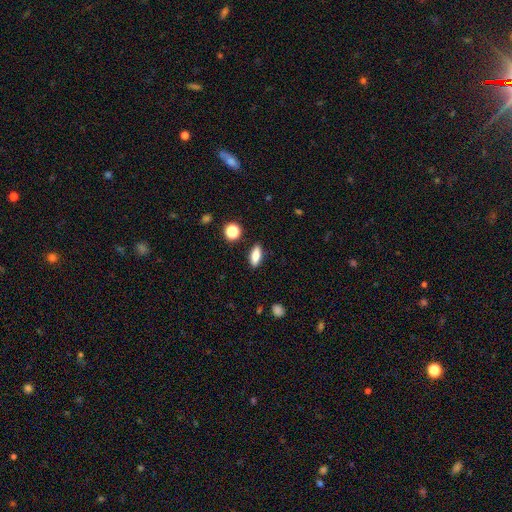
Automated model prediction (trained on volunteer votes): Smooth or featured?
  - smooth: 81% *
  - featured or disk: 11%
  - star or artifact: 8%
How rounded?
  - in between: 69% *
  - cigar-shaped: 26%
  - round: 5%
Merging?
  - none: 88% *
  - minor disturbance: 8%
  - major disturbance: 2%
  - merger: 2%